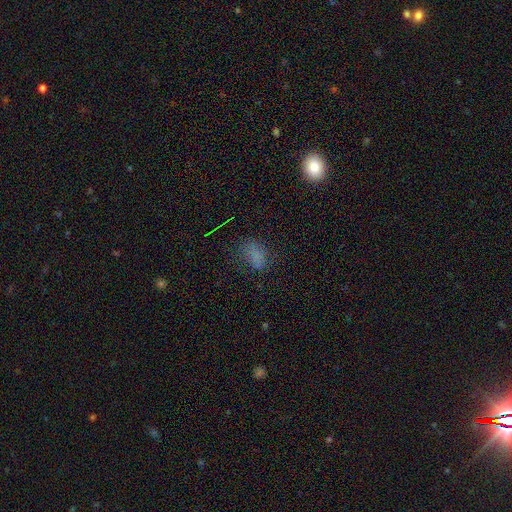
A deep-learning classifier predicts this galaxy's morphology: Overall: smooth (70%). How rounded: in between (80%). Merging: none (62%; minor disturbance 23%).